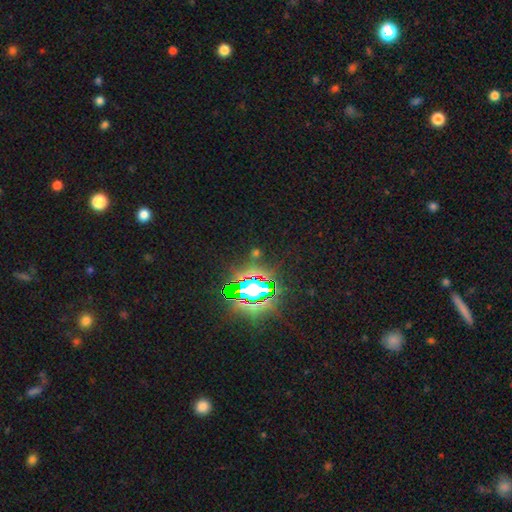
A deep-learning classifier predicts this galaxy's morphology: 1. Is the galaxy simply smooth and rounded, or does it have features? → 80% star or artifact, 11% smooth, 8% featured or disk.